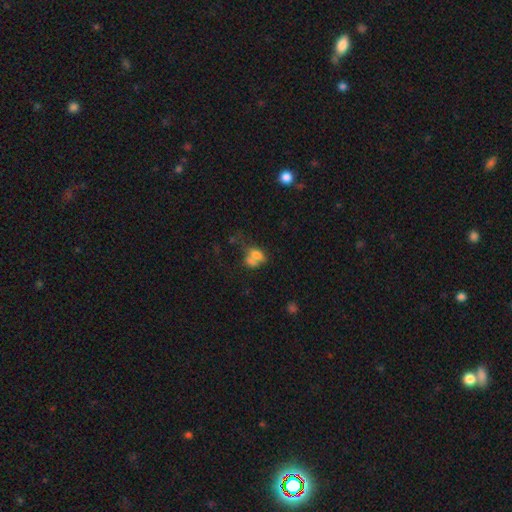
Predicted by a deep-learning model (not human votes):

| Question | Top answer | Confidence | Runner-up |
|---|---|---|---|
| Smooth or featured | smooth | 67% | featured or disk (20%) |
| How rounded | in between | 70% | round (27%) |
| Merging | merger | 50% | none (24%) |